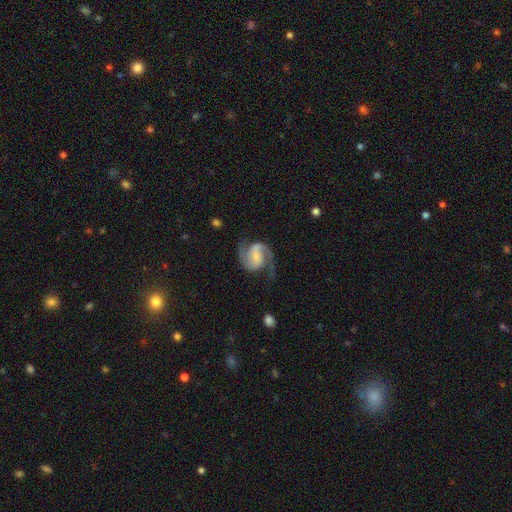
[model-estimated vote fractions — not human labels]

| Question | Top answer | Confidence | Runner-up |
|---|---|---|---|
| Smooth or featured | featured or disk | 90% | smooth (6%) |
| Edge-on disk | no | 98% | yes (2%) |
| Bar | no | 45% | weak (39%) |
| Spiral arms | yes | 98% | no (2%) |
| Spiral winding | medium | 57% | loose (23%) |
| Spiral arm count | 2 | 92% | 1 (2%) |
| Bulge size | small | 60% | moderate (26%) |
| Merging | none | 73% | minor disturbance (15%) |